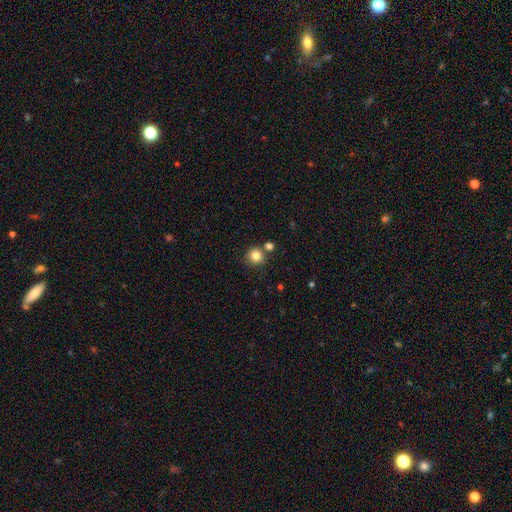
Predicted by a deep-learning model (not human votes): Smooth or featured? smooth (82%)
How rounded? round (92%)
Merging? none (75%)